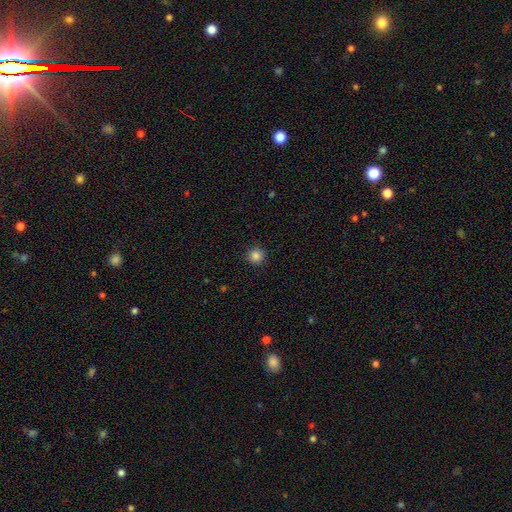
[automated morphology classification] Smooth or featured: smooth — 85% (star or artifact — 11%)
How rounded: round — 95% (in between — 4%)
Merging: none — 91% (minor disturbance — 6%)